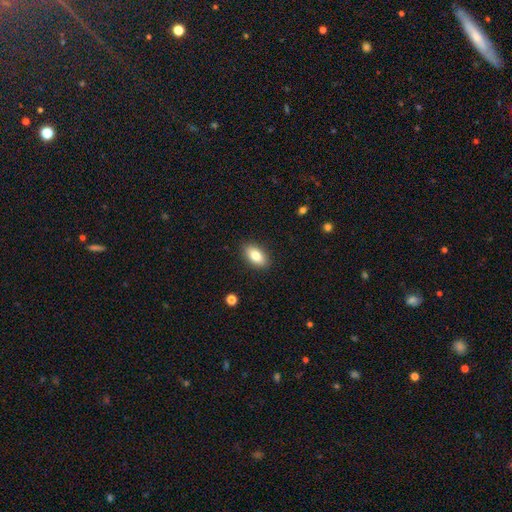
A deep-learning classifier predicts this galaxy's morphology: type=smooth (82%); roundness=in between (91%); merging=none (89%).